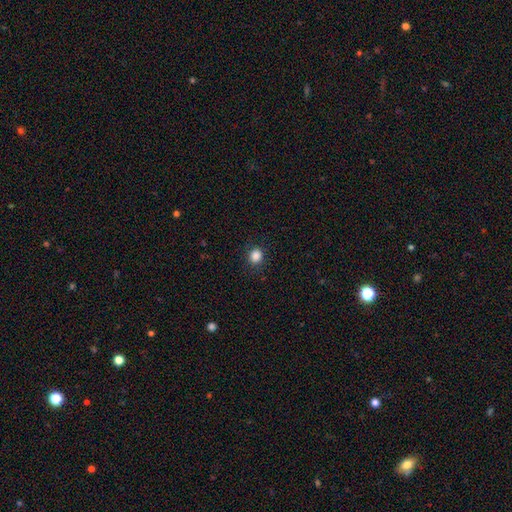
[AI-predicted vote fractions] smooth_or_featured: smooth (p=0.86) [alt: star or artifact p=0.11]
how_rounded: round (p=0.74) [alt: in between p=0.25]
merging: none (p=0.88) [alt: minor disturbance p=0.09]